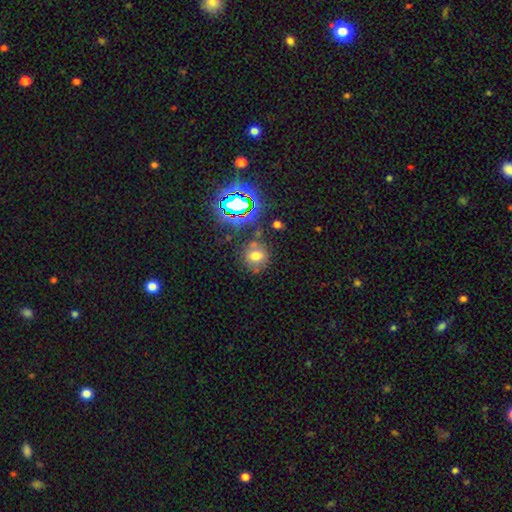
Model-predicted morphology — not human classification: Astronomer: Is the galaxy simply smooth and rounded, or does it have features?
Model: smooth — 63%.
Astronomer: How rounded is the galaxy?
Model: round — 71%.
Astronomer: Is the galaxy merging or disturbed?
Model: none — 71%.